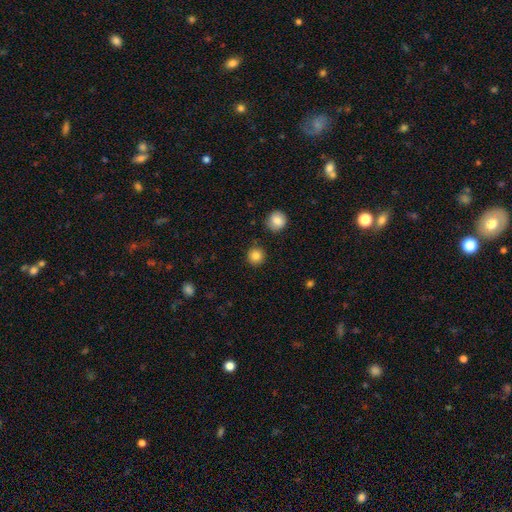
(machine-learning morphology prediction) A smooth galaxy with no disk features (84%) that is round (94%).

Vote fractions:
- Smooth or featured? smooth: 84% / star or artifact: 11% / featured or disk: 5%
- How rounded? round: 94% / in between: 5% / cigar-shaped: 1%
- Merging? none: 88% / minor disturbance: 7% / merger: 3% / major disturbance: 2%